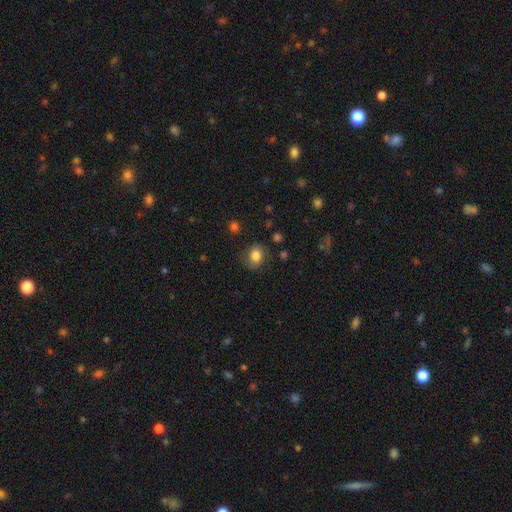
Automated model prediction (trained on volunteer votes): smooth 75%, featured or disk 15%, star or artifact 10%. Down the decision tree: how rounded — round (53%); merging — none (72%).